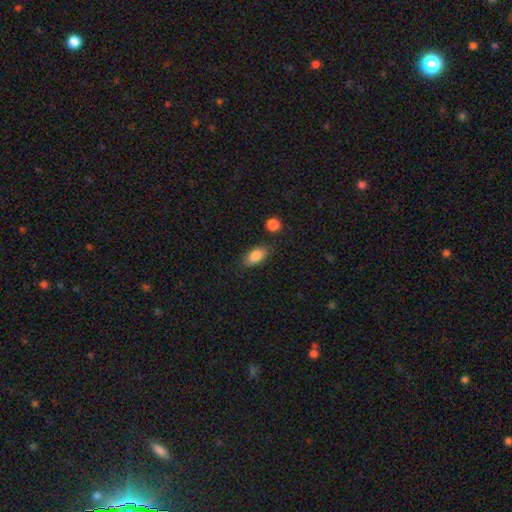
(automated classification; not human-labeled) Morphology: type=smooth (85%); roundness=in between (88%); merging=none (79%).